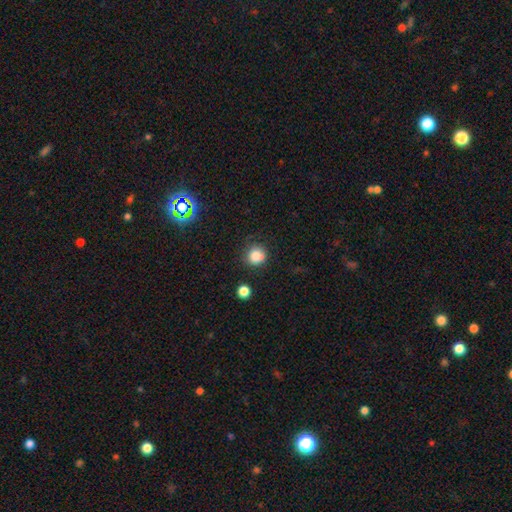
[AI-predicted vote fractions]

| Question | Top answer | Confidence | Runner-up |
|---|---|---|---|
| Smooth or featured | smooth | 82% | star or artifact (12%) |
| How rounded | round | 87% | in between (12%) |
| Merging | none | 75% | minor disturbance (16%) |